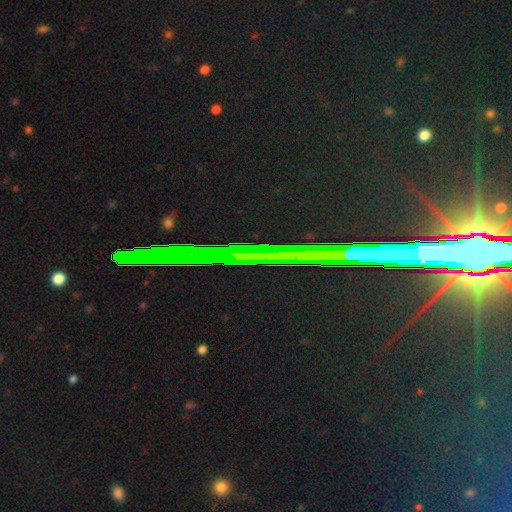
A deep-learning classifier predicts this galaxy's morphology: Q: Smooth or featured?
A: star or artifact (77%); runner-up: featured or disk (13%)